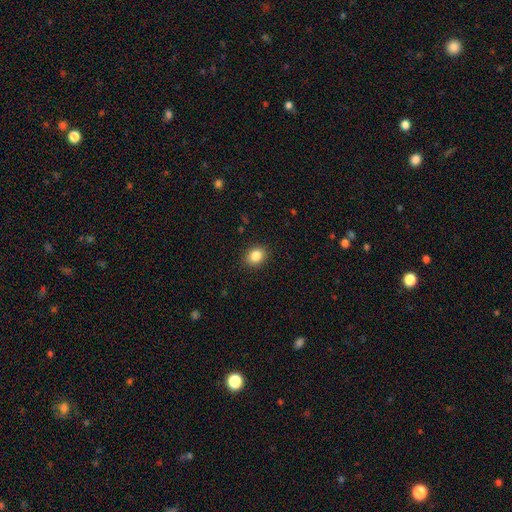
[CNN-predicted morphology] Overall: smooth (85%). How rounded: round (56%; in between 43%). Merging: none (90%).